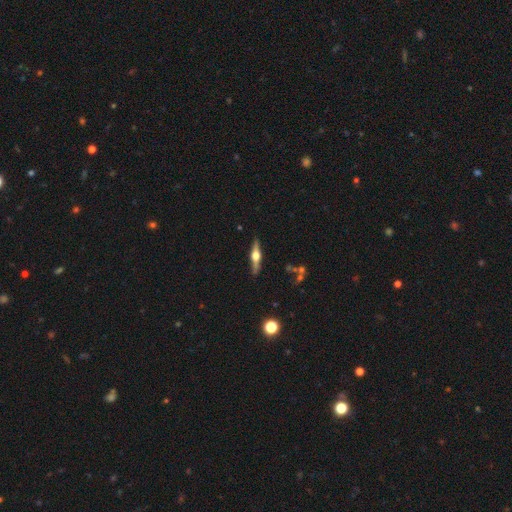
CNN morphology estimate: A featured or disk galaxy (76%) viewed edge-on (97%) with a rounded central bulge (95%).

Vote fractions:
- Smooth or featured? featured or disk: 76% / smooth: 18% / star or artifact: 6%
- Edge-on disk? yes: 97% / no: 3%
- Edge-on bulge? rounded: 95% / boxy: 4% / none: 1%
- Merging? none: 88% / minor disturbance: 9% / major disturbance: 2% / merger: 2%